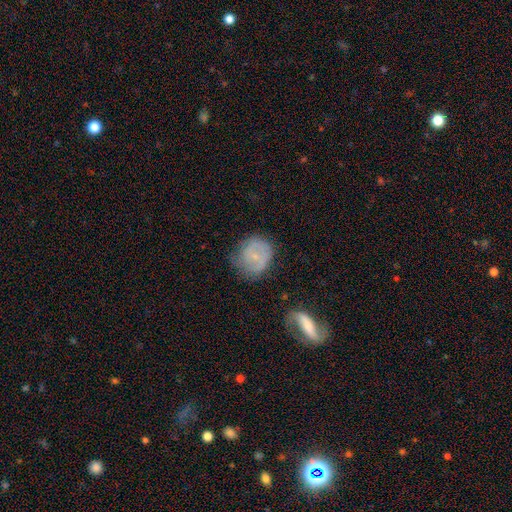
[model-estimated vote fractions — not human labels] This appears to be a featured or disk galaxy (50%). Merging: none (60%).